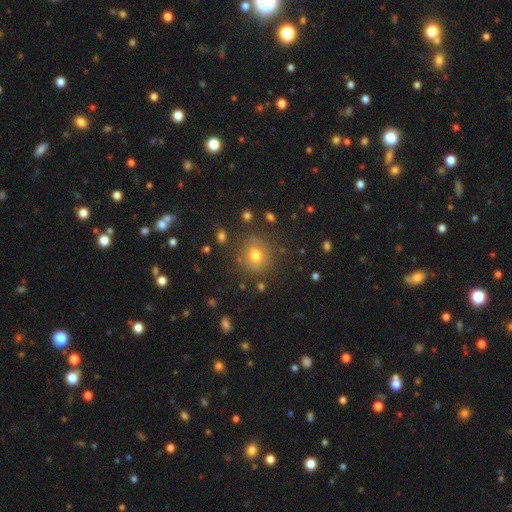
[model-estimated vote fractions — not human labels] A smooth galaxy with no disk features (71%) that is round (84%). Merging: none (80%).